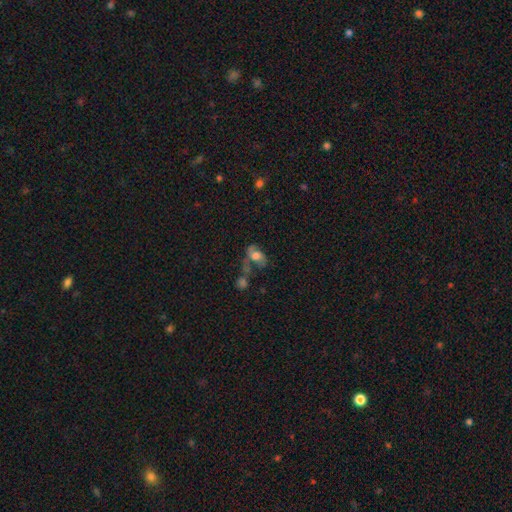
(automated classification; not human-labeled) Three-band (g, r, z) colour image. It shows a featured or disk galaxy (45%). Merging: none (29%).